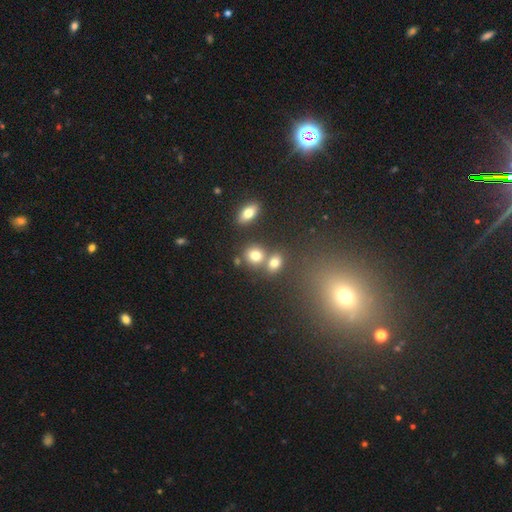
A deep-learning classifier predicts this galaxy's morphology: Smooth or featured: smooth — 77% (star or artifact — 13%)
How rounded: round — 67% (in between — 31%)
Merging: none — 54% (merger — 32%)